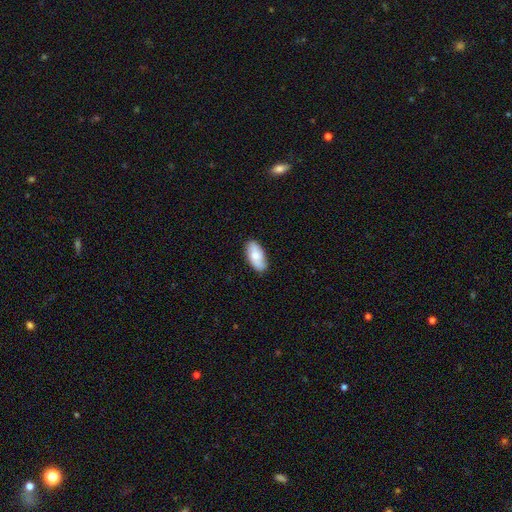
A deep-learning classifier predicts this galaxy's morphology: Smooth or featured: smooth — 72% (featured or disk — 21%)
How rounded: in between — 92% (cigar-shaped — 6%)
Merging: none — 82% (minor disturbance — 14%)